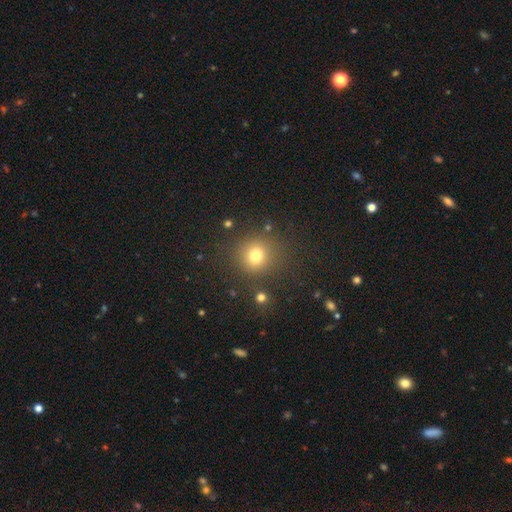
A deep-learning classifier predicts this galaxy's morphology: smooth 76%, star or artifact 16%, featured or disk 8%. Down the decision tree: how rounded — round (90%); merging — none (82%).